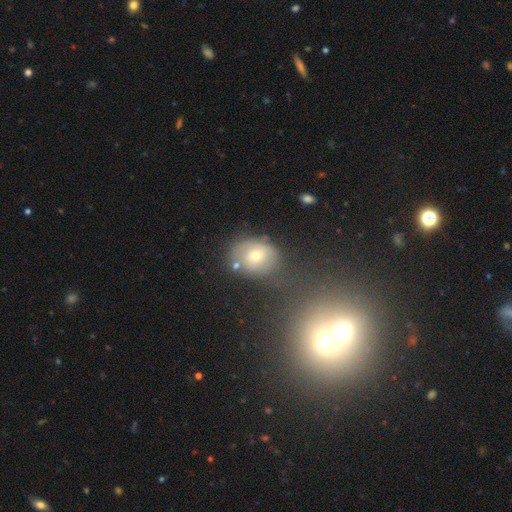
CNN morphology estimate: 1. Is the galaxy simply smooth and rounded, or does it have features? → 56% smooth, 31% featured or disk, 13% star or artifact.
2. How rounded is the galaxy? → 55% round, 44% in between, 1% cigar-shaped.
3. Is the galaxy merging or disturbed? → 60% none, 19% minor disturbance, 12% merger, 8% major disturbance.